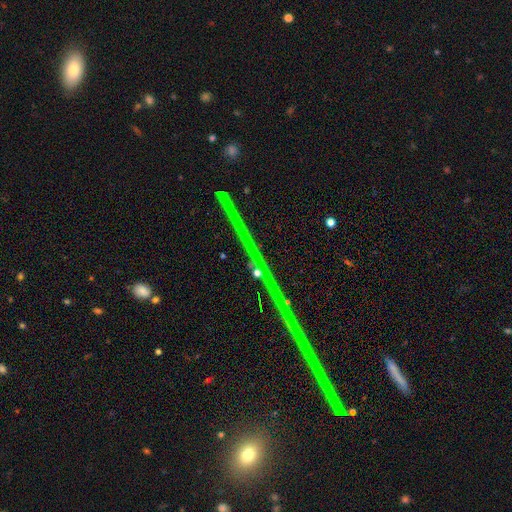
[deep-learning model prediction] star or artifact 73%, featured or disk 18%, smooth 8%.